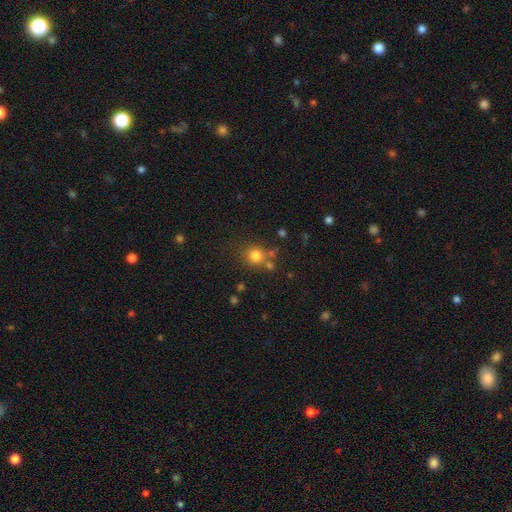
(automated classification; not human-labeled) Smooth or featured: smooth — 79% (star or artifact — 14%)
How rounded: round — 85% (in between — 14%)
Merging: none — 65% (merger — 17%)